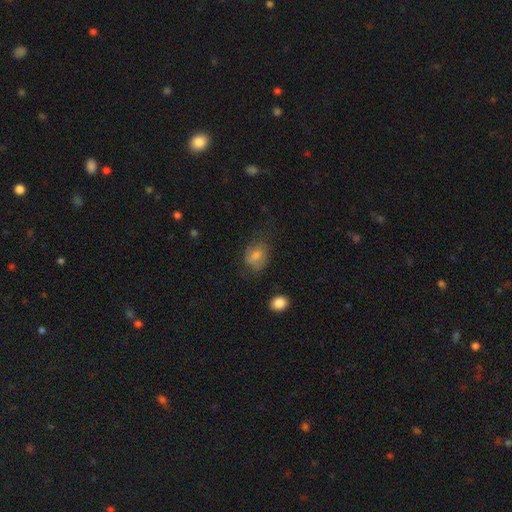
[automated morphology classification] This appears to be a smooth galaxy with no disk features (64%) that is in between round and cigar-shaped (71%). Merging: none (56%).